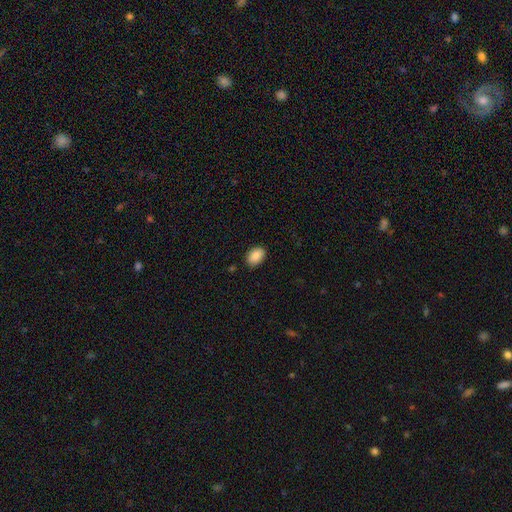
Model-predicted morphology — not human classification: The model was most divided on "how rounded": in between: 86%, round: 13%, cigar-shaped: 1%. More confident: smooth or featured — smooth (89%); merging — none (87%).